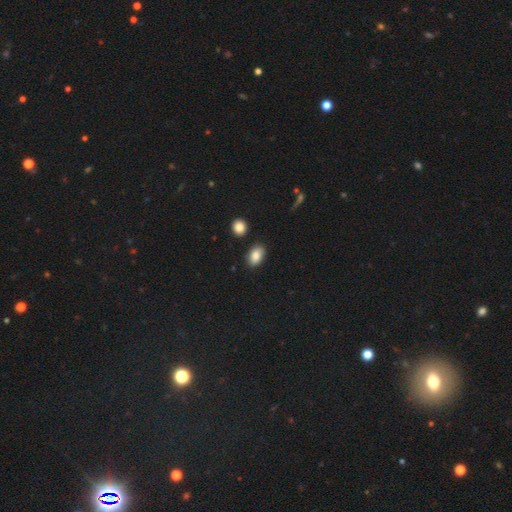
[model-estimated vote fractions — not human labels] The model was most divided on "merging": none: 84%, minor disturbance: 10%, merger: 4%, major disturbance: 2%. More confident: how rounded — in between (89%); smooth or featured — smooth (86%).